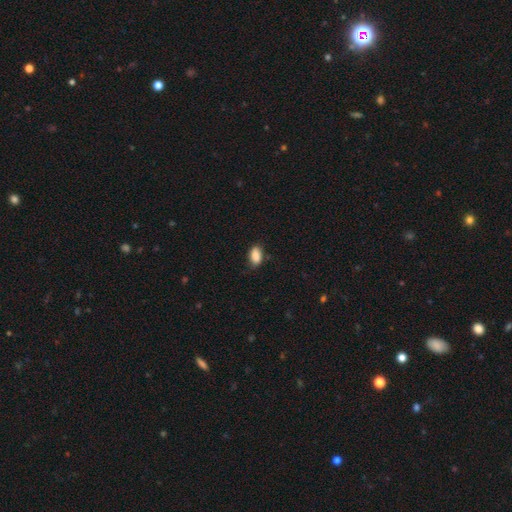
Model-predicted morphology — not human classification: Smooth or featured? Predicted: smooth (p=0.89). How rounded? Predicted: in between (p=0.91). Merging? Predicted: none (p=0.76).